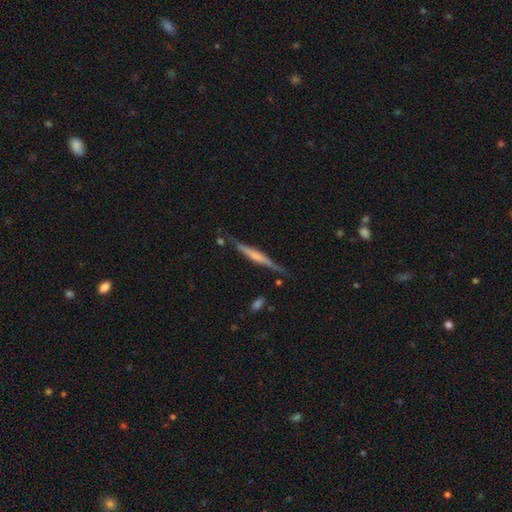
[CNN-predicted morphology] A featured or disk galaxy (65%) viewed edge-on (97%) with a rounded central bulge (40%).

Vote fractions:
- Smooth or featured? featured or disk: 65% / smooth: 29% / star or artifact: 6%
- Edge-on disk? yes: 97% / no: 3%
- Edge-on bulge? rounded: 40% / boxy: 32% / none: 28%
- Merging? none: 81% / minor disturbance: 13% / major disturbance: 3% / merger: 3%